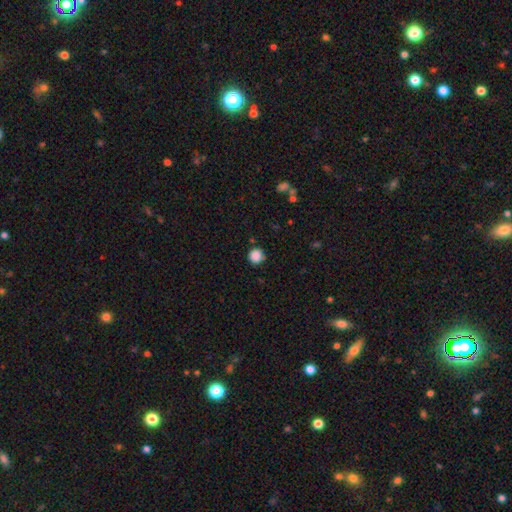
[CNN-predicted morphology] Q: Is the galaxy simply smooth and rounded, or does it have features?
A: smooth — 87%.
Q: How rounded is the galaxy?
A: round — 92%.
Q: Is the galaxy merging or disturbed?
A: none — 82%.